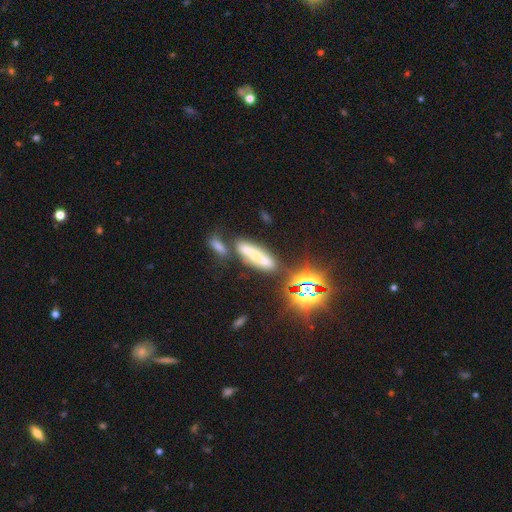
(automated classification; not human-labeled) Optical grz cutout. It shows a smooth galaxy with no disk features (45%). Merging: none (54%).